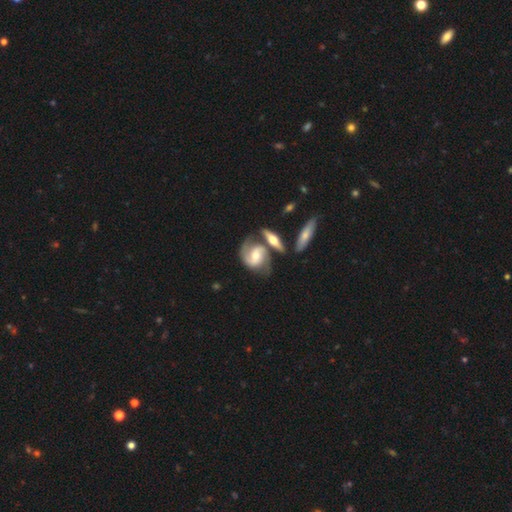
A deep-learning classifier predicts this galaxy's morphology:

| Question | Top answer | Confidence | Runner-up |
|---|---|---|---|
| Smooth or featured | featured or disk | 80% | smooth (15%) |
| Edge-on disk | no | 95% | yes (5%) |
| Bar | no | 44% | weak (40%) |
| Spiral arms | yes | 95% | no (5%) |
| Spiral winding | medium | 52% | tight (27%) |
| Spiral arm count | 2 | 85% | can't tell (6%) |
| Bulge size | moderate | 63% | small (29%) |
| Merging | none | 46% | merger (30%) |